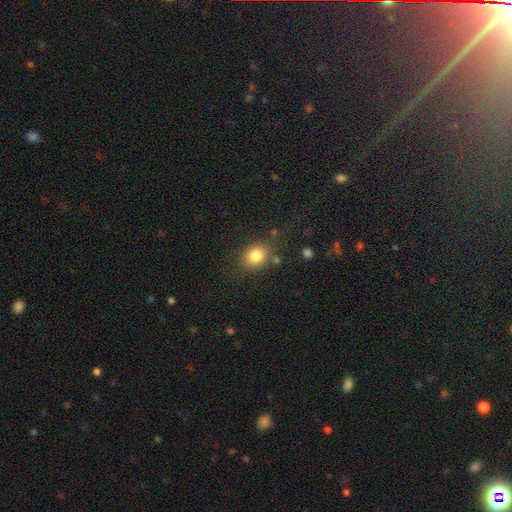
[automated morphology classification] A smooth galaxy with no disk features (83%) that is round (57%).

Vote fractions:
- Smooth or featured? smooth: 83% / star or artifact: 10% / featured or disk: 7%
- How rounded? round: 57% / in between: 42% / cigar-shaped: 1%
- Merging? none: 78% / minor disturbance: 13% / major disturbance: 5% / merger: 4%